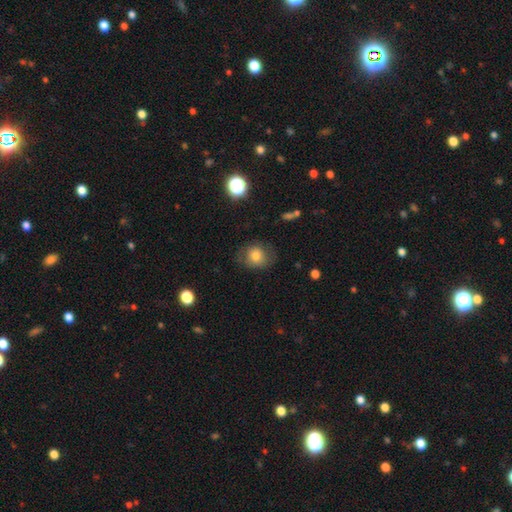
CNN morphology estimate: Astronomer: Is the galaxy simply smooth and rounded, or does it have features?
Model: smooth — 72%.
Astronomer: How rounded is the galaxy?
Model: round — 71%.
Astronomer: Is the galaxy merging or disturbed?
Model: none — 70%.